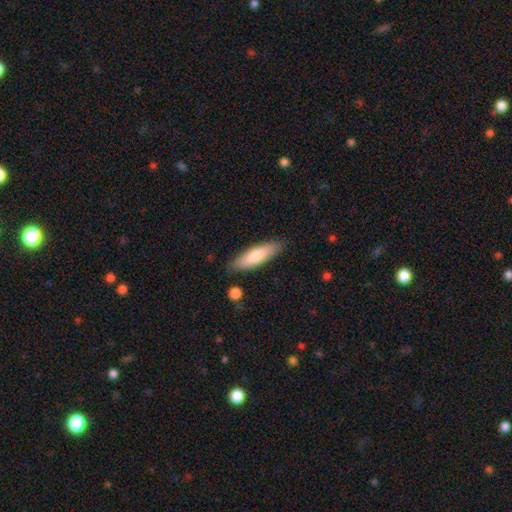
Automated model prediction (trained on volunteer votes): smooth-or-featured: smooth: 76% | featured or disk: 19% | star or artifact: 6%
  how-rounded: cigar-shaped: 62% | in between: 36% | round: 1%
  merging: none: 86% | minor disturbance: 10% | major disturbance: 2% | merger: 2%